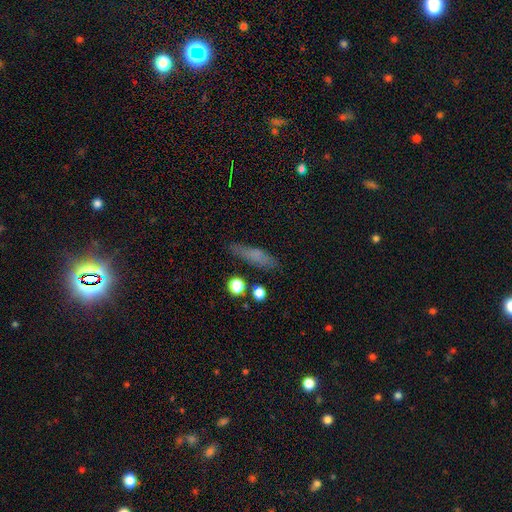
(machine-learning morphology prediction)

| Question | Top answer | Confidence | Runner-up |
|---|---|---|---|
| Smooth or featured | smooth | 67% | featured or disk (20%) |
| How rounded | cigar-shaped | 70% | in between (25%) |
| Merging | none | 79% | minor disturbance (14%) |